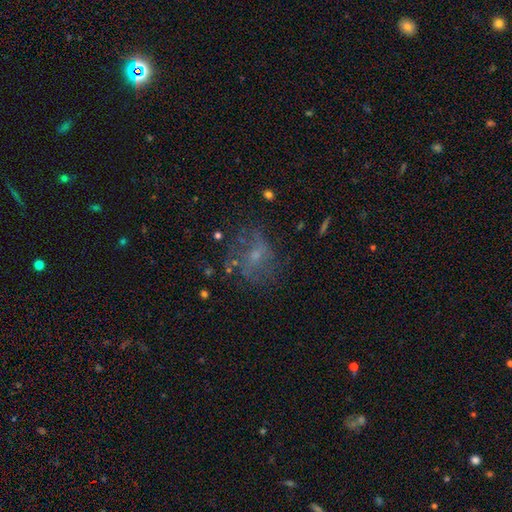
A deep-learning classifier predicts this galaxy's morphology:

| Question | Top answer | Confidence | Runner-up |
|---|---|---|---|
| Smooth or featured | featured or disk | 47% | smooth (33%) |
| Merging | none | 55% | major disturbance (22%) |